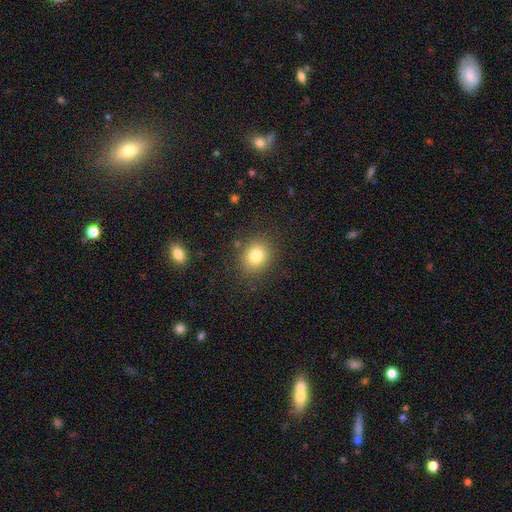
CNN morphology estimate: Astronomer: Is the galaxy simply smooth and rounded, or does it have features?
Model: smooth — 80%.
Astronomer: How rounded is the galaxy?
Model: round — 68%.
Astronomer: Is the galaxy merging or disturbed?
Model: none — 85%.